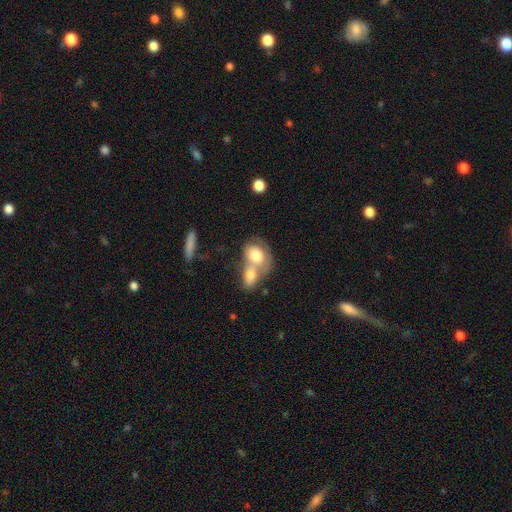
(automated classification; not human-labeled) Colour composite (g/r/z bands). It shows a smooth galaxy with no disk features (71%) that is in between round and cigar-shaped (67%). Merging: merger (70%).